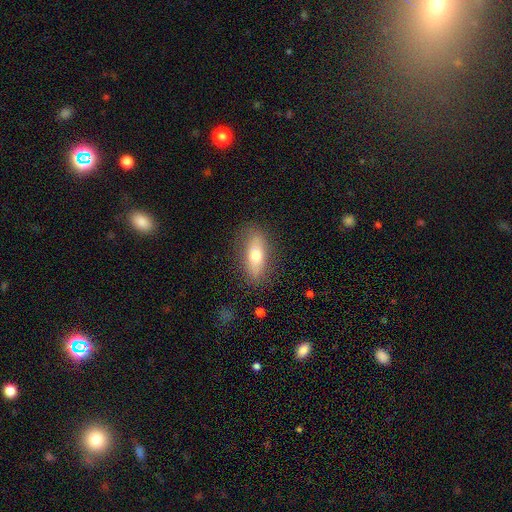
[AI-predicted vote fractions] Smooth or featured?
  - smooth: 66% *
  - featured or disk: 27%
  - star or artifact: 7%
How rounded?
  - in between: 66% *
  - cigar-shaped: 29%
  - round: 4%
Merging?
  - none: 83% *
  - minor disturbance: 12%
  - major disturbance: 4%
  - merger: 1%